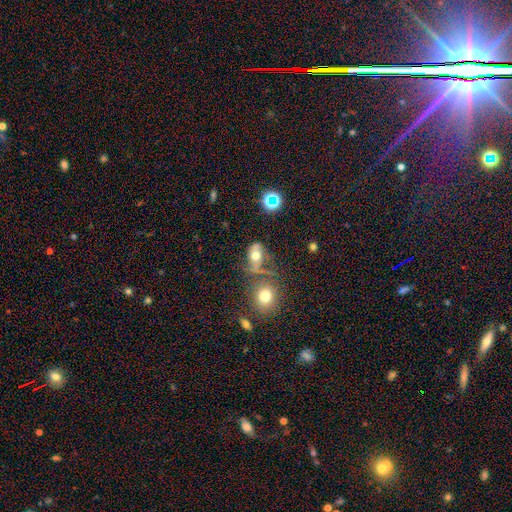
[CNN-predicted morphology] smooth 52%, featured or disk 32%, star or artifact 16%. Down the decision tree: how rounded — in between (72%); merging — none (37%).